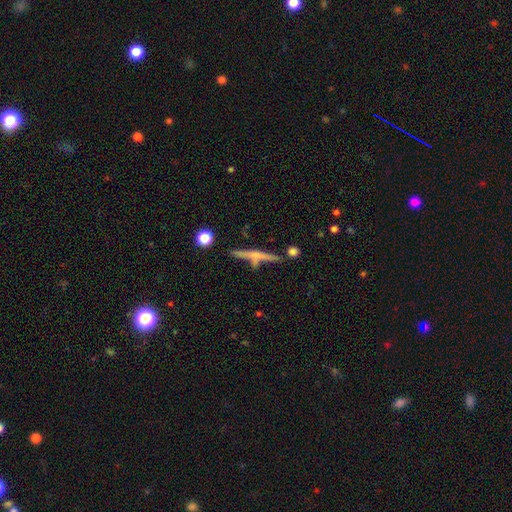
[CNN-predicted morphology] Smooth or featured?
  - featured or disk: 57% *
  - smooth: 35%
  - star or artifact: 8%
Edge-on disk?
  - yes: 96% *
  - no: 4%
Edge-on bulge?
  - rounded: 50% *
  - none: 38%
  - boxy: 12%
Merging?
  - none: 73% *
  - minor disturbance: 13%
  - merger: 10%
  - major disturbance: 4%